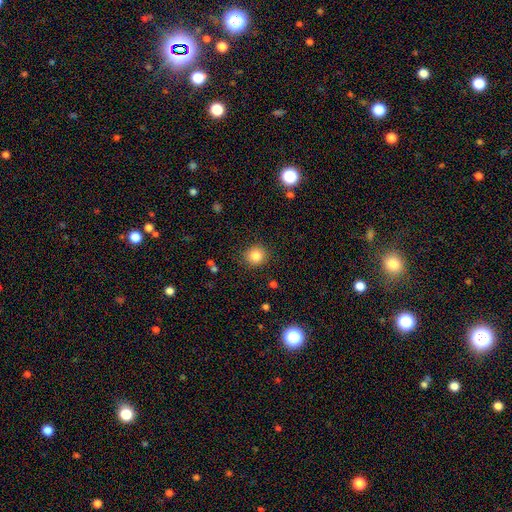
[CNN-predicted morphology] smooth 84%, star or artifact 11%, featured or disk 6%. Down the decision tree: how rounded — round (90%); merging — none (89%).